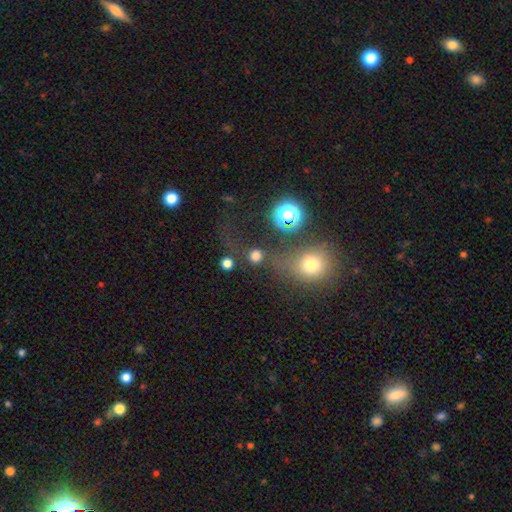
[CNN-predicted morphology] A smooth galaxy with no disk features (74%) that is round (88%).

Vote fractions:
- Smooth or featured? smooth: 74% / star or artifact: 20% / featured or disk: 6%
- How rounded? round: 88% / in between: 11% / cigar-shaped: 1%
- Merging? none: 70% / merger: 11% / minor disturbance: 10% / major disturbance: 9%